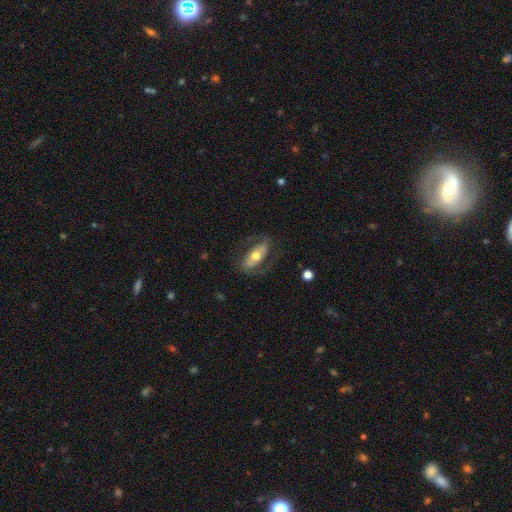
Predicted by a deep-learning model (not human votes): featured or disk 60%, smooth 34%, star or artifact 6%. Down the decision tree: edge-on disk — no (88%); bar — no (44%); spiral arms — yes (66%); bulge size — moderate (69%); merging — none (70%).